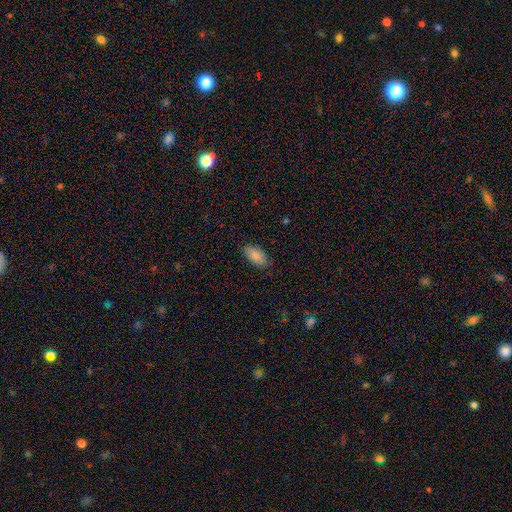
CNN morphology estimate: smooth-or-featured: smooth: 86% | featured or disk: 7% | star or artifact: 7%
  how-rounded: in between: 92% | cigar-shaped: 5% | round: 3%
  merging: none: 82% | minor disturbance: 14% | major disturbance: 3% | merger: 1%